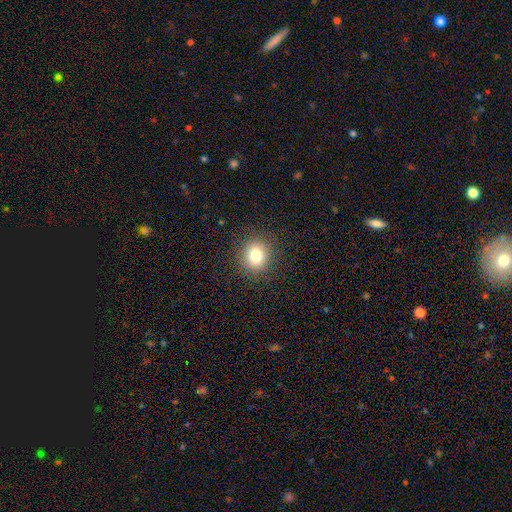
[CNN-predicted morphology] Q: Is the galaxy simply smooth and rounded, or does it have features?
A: smooth — 80%.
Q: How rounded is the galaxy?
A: round — 84%.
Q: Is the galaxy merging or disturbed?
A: none — 90%.